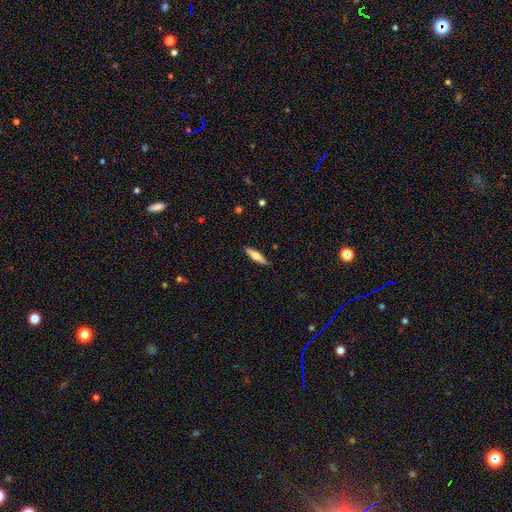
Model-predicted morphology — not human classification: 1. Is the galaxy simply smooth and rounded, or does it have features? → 58% smooth, 36% featured or disk, 6% star or artifact.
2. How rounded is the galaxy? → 71% cigar-shaped, 28% in between, 2% round.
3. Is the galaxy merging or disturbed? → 88% none, 9% minor disturbance, 2% major disturbance, 1% merger.